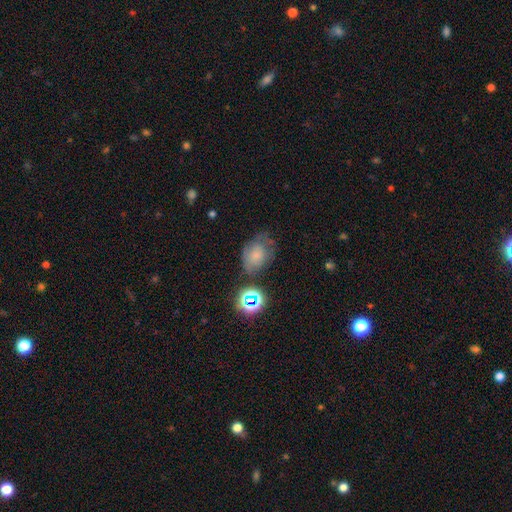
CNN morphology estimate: smooth 64%, featured or disk 19%, star or artifact 17%. Down the decision tree: how rounded — in between (74%); merging — none (47%).